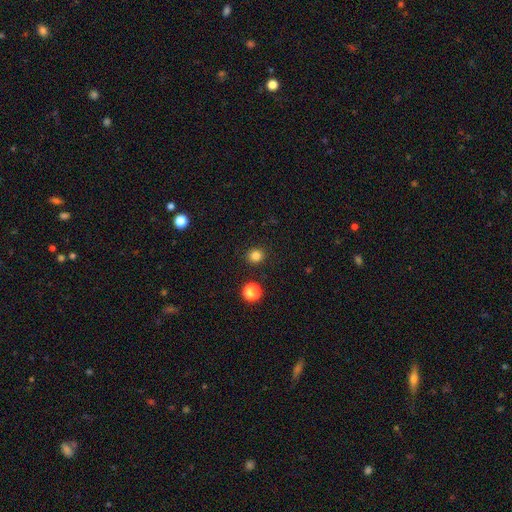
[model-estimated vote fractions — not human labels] This appears to be a smooth galaxy with no disk features (83%) that is round (88%). Merging: none (91%).